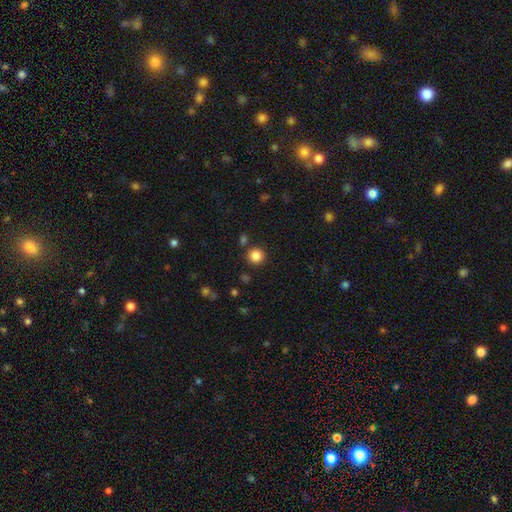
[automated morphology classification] Smooth or featured?
  - smooth: 85% *
  - star or artifact: 11%
  - featured or disk: 4%
How rounded?
  - round: 94% *
  - in between: 5%
  - cigar-shaped: 1%
Merging?
  - none: 87% *
  - minor disturbance: 6%
  - merger: 5%
  - major disturbance: 2%